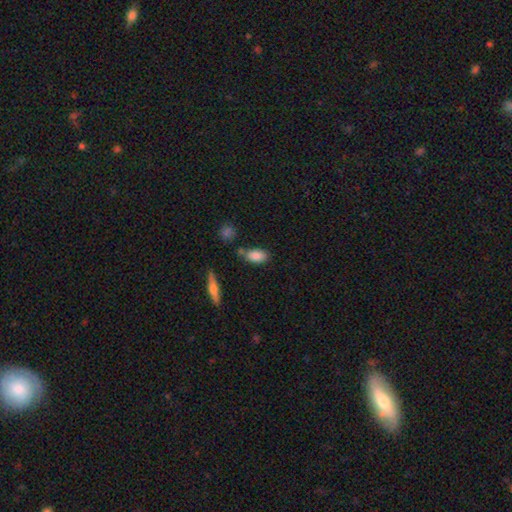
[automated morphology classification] Overall: smooth (84%). How rounded: in between (89%). Merging: none (65%).